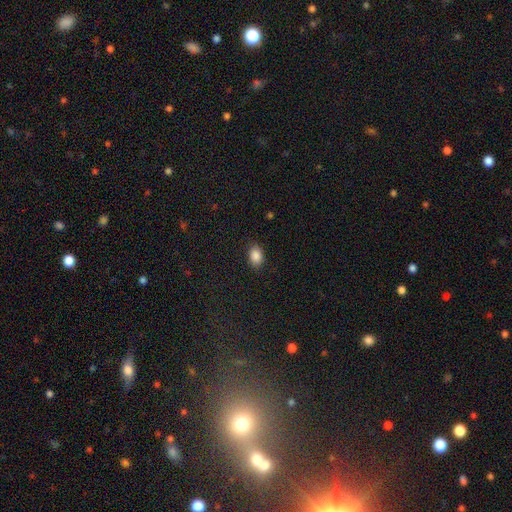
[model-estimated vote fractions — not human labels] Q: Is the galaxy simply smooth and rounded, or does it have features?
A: smooth — 88%.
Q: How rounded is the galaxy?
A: in between — 80%.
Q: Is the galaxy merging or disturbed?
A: none — 86%.